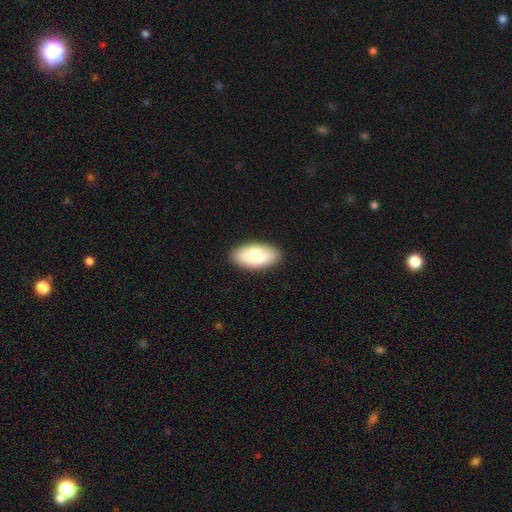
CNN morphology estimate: This appears to be a smooth galaxy with no disk features (79%) that is in between round and cigar-shaped (94%). Merging: none (89%).